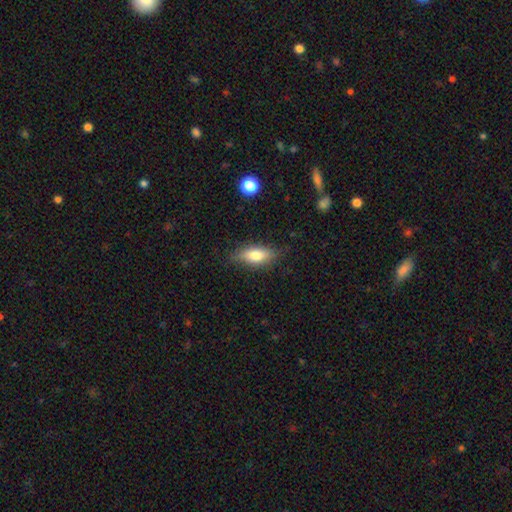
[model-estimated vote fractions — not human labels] smooth_or_featured: smooth (p=0.73) [alt: featured or disk p=0.20]
how_rounded: in between (p=0.74) [alt: cigar-shaped p=0.23]
merging: none (p=0.77) [alt: minor disturbance p=0.18]